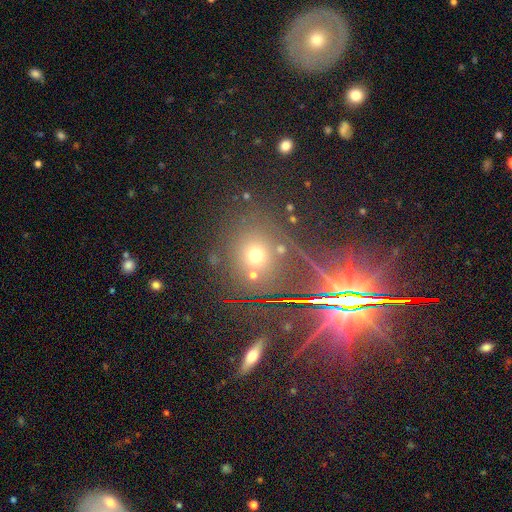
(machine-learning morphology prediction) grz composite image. It shows a smooth galaxy with no disk features (47%). Merging: none (78%).